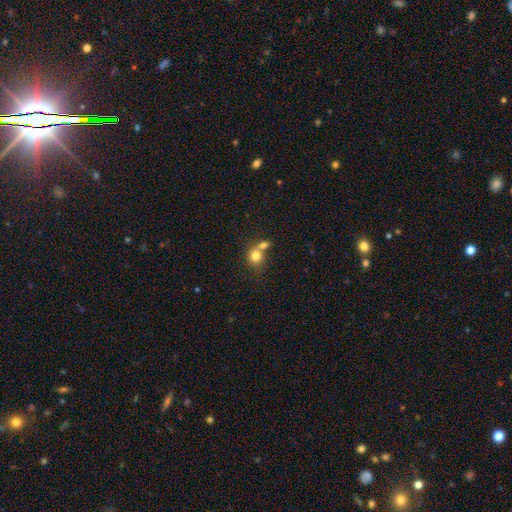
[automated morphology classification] type=smooth (79%); roundness=round (80%); merging=merger (48%).